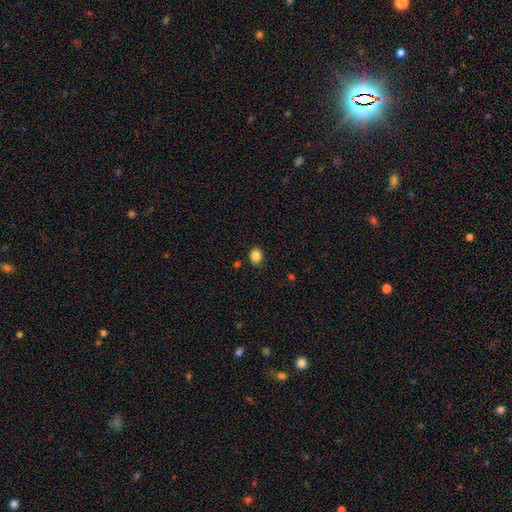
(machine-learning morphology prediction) This appears to be a smooth galaxy with no disk features (86%) that is round (58%). Merging: none (85%).